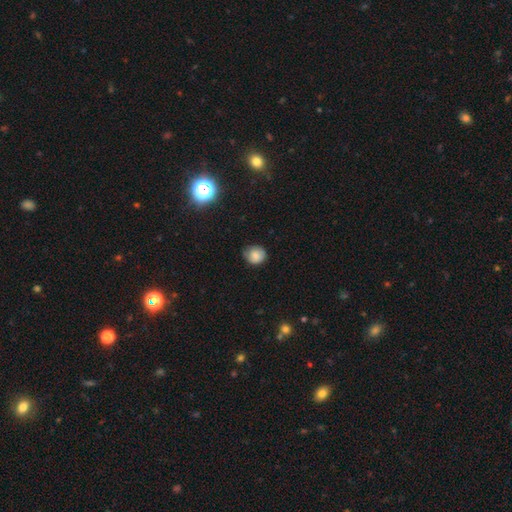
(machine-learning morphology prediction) A smooth galaxy with no disk features (78%) that is round (80%).

Vote fractions:
- Smooth or featured? smooth: 78% / featured or disk: 12% / star or artifact: 11%
- How rounded? round: 80% / in between: 19% / cigar-shaped: 1%
- Merging? none: 69% / minor disturbance: 26% / major disturbance: 5% / merger: 1%